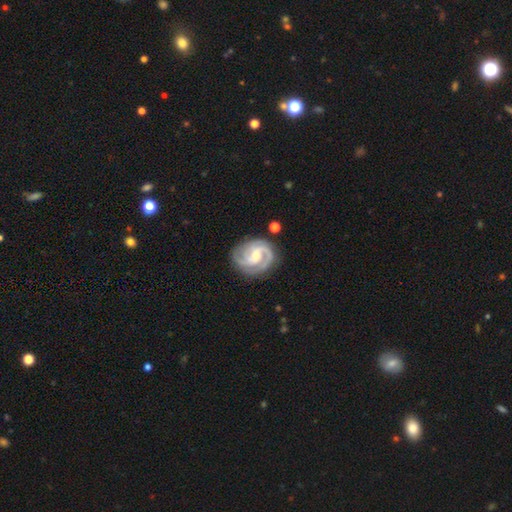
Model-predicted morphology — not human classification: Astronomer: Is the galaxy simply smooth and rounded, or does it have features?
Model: featured or disk — 91%.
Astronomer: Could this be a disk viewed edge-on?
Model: no — 98%.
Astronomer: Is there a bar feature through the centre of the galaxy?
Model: weak — 47% (runner-up: no, 38%).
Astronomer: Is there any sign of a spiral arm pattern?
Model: yes — 98%.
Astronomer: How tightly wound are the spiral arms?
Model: tight — 50% (runner-up: medium, 43%).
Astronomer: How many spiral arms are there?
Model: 2 — 44% (runner-up: 3, 39%).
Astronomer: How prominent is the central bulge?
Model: moderate — 49% (runner-up: small, 47%).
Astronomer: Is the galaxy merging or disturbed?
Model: none — 79%.